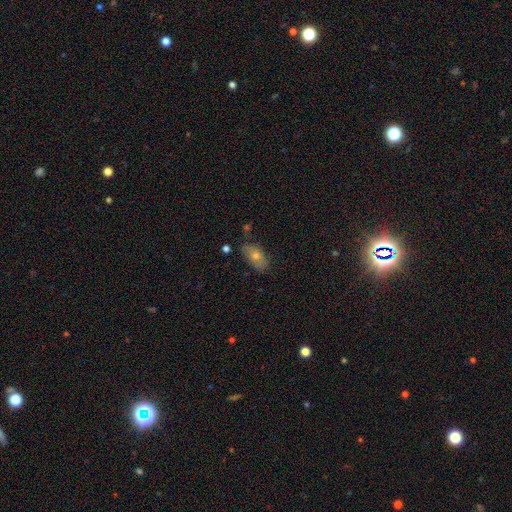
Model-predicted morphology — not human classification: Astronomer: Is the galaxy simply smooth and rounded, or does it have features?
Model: smooth — 56%.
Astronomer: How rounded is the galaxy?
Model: in between — 86%.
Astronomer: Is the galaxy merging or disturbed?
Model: none — 72%.